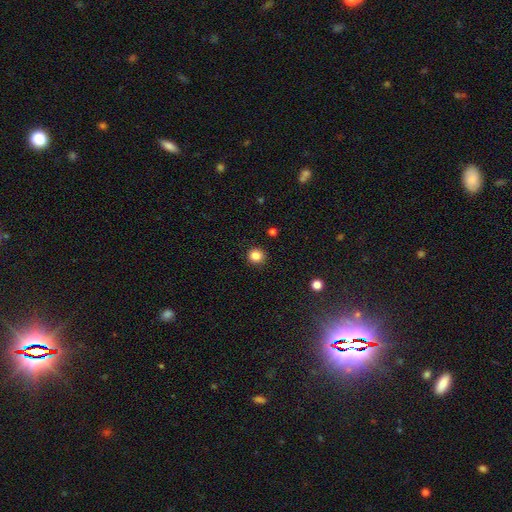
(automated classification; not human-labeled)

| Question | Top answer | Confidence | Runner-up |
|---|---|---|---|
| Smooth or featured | smooth | 84% | star or artifact (12%) |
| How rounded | round | 93% | in between (6%) |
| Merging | none | 91% | minor disturbance (6%) |